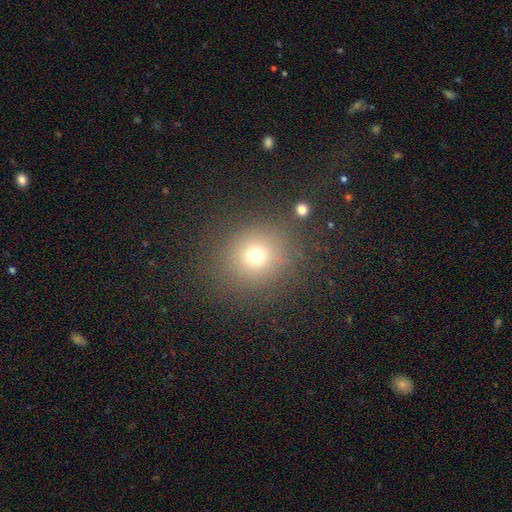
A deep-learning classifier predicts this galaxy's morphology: Overall: smooth (70%). How rounded: round (85%). Merging: none (84%).